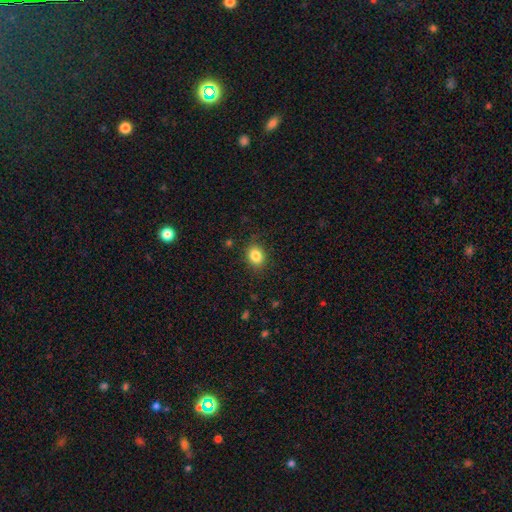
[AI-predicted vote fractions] A smooth galaxy with no disk features (84%) that is round (53%).

Vote fractions:
- Smooth or featured? smooth: 84% / star or artifact: 10% / featured or disk: 6%
- How rounded? round: 53% / in between: 46% / cigar-shaped: 1%
- Merging? none: 86% / minor disturbance: 10% / major disturbance: 3% / merger: 1%